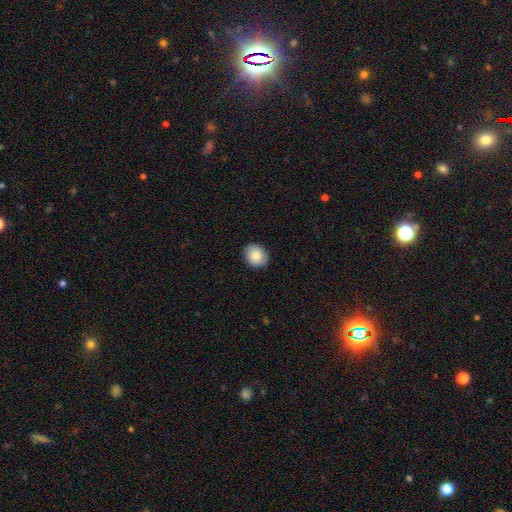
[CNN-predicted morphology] A smooth galaxy with no disk features (84%) that is round (65%). Merging: none (88%).